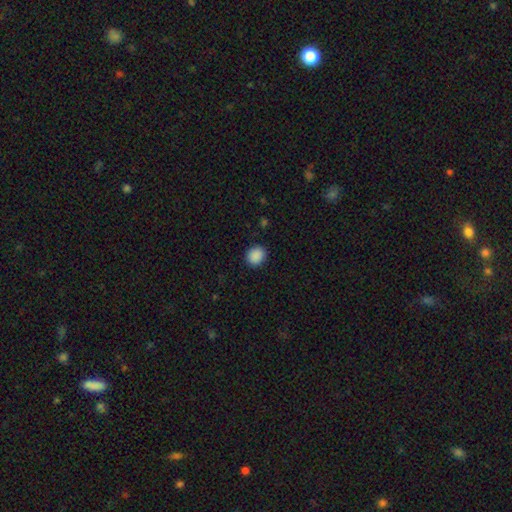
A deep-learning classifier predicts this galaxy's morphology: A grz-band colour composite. It shows a smooth galaxy with no disk features (89%) that is round (71%). Merging: none (89%).